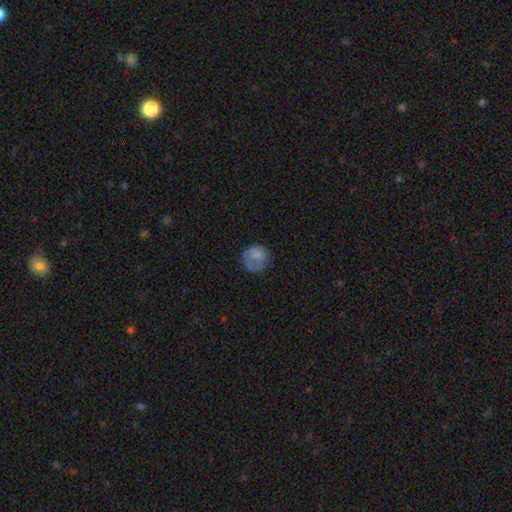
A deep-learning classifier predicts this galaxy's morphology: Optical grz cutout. It shows a smooth galaxy with no disk features (70%) that is round (81%). Merging: none (53%).